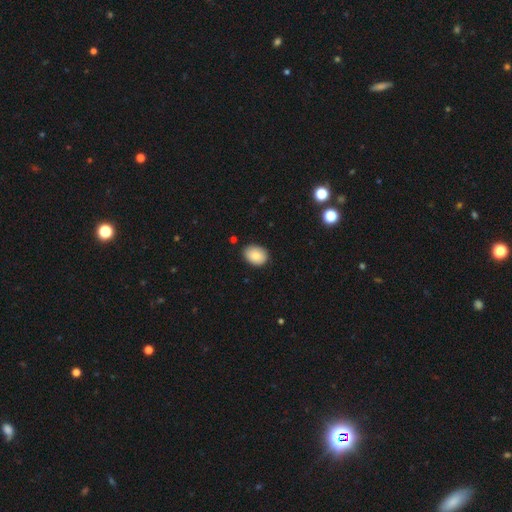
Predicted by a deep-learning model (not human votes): Smooth or featured: smooth — 86% (star or artifact — 7%)
How rounded: in between — 71% (round — 28%)
Merging: none — 85% (minor disturbance — 11%)